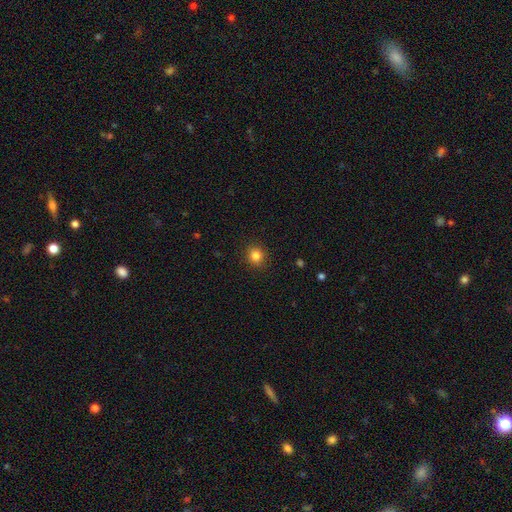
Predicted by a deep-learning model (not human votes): A smooth galaxy with no disk features (83%) that is round (85%). Merging: none (90%).